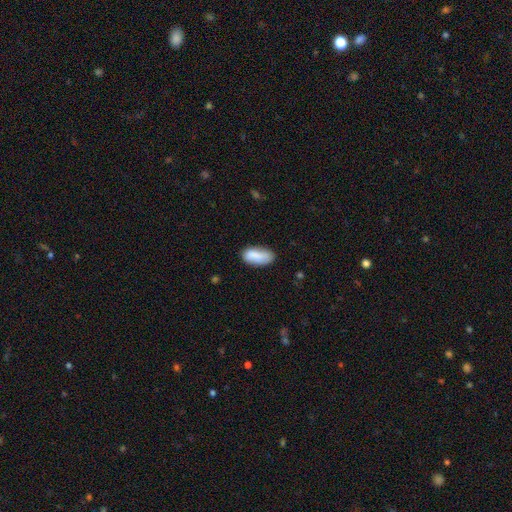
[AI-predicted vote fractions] Smooth or featured? Predicted: smooth (p=0.82). How rounded? Predicted: in between (p=0.89). Merging? Predicted: none (p=0.63).